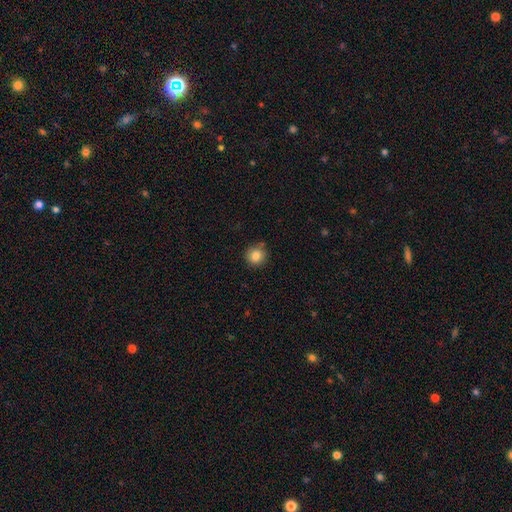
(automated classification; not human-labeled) Q: Smooth or featured?
A: smooth (84%); runner-up: star or artifact (10%)
Q: How rounded?
A: round (93%); runner-up: in between (6%)
Q: Merging?
A: none (85%); runner-up: minor disturbance (10%)